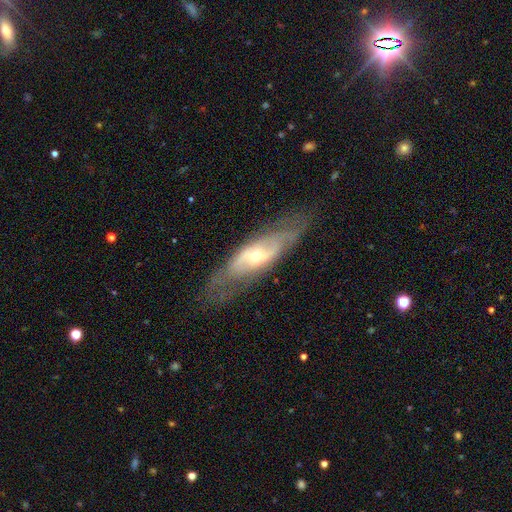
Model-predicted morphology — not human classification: Q: Smooth or featured?
A: featured or disk (74%); runner-up: smooth (19%)
Q: Edge-on disk?
A: no (76%); runner-up: yes (24%)
Q: Bar?
A: no (47%); runner-up: weak (35%)
Q: Spiral arms?
A: yes (69%); runner-up: no (31%)
Q: Bulge size?
A: small (50%); runner-up: moderate (45%)
Q: Merging?
A: none (72%); runner-up: minor disturbance (18%)